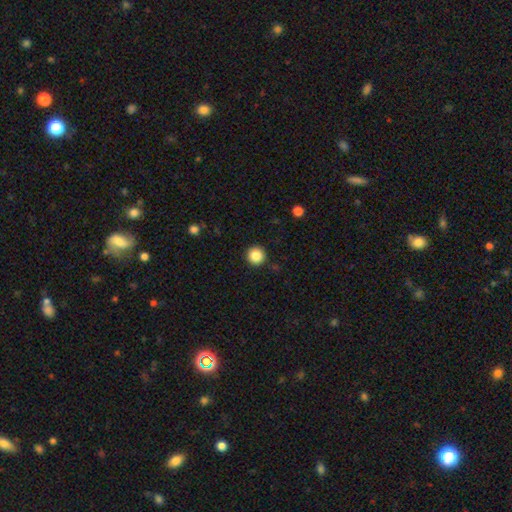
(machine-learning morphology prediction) smooth 85%, star or artifact 10%, featured or disk 4%. Down the decision tree: how rounded — round (96%); merging — none (92%).